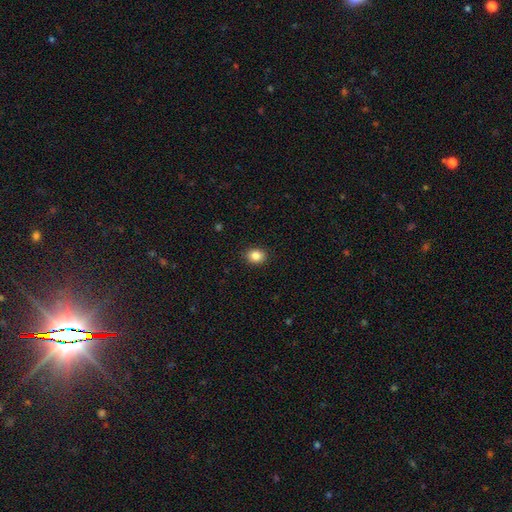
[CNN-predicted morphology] This is clearly a smooth galaxy (86%). How rounded: possibly round (59%). Merging: clearly none (90%).